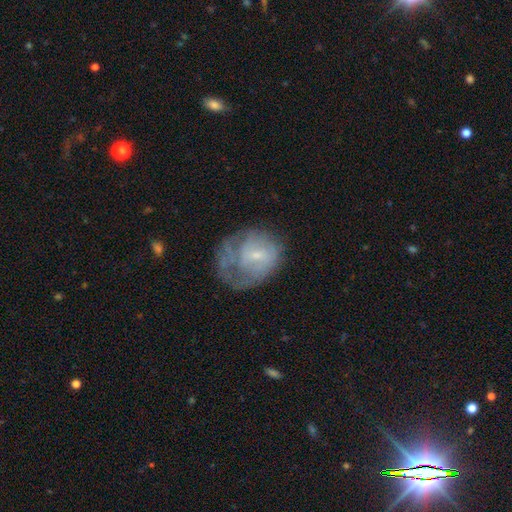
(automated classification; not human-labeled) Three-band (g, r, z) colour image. It shows a featured or disk galaxy (56%) with no bar (51%), spiral arms (56%) and a small central bulge (66%). Merging: major disturbance (37%).